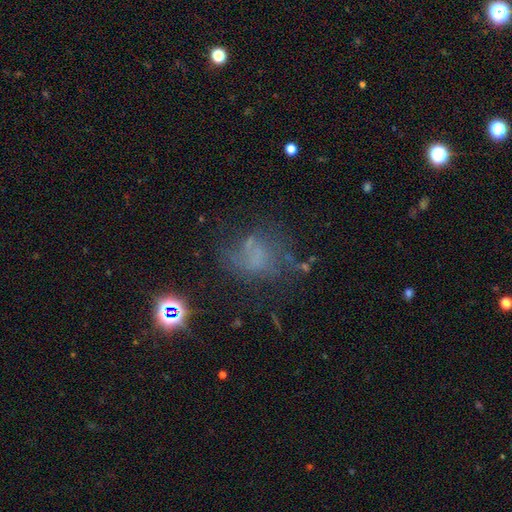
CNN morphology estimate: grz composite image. It shows a smooth galaxy with no disk features (36%). Merging: none (49%).